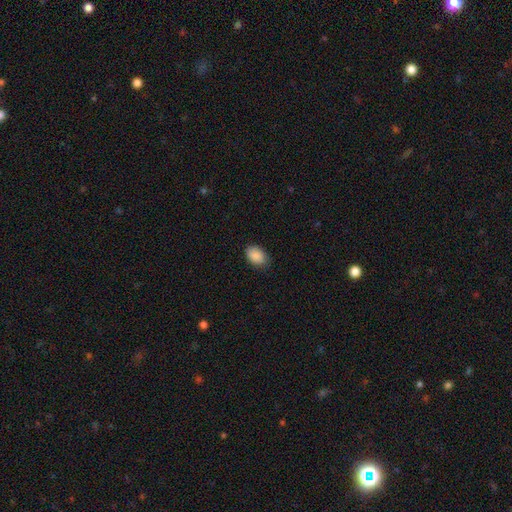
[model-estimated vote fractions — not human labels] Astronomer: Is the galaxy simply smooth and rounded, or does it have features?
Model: smooth — 90%.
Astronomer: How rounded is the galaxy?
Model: in between — 85%.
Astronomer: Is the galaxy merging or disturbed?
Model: none — 82%.